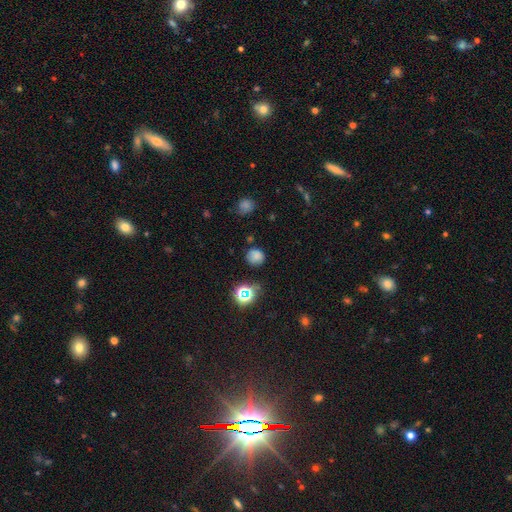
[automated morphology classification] smooth 72%, star or artifact 20%, featured or disk 8%. Down the decision tree: how rounded — round (84%); merging — none (74%).